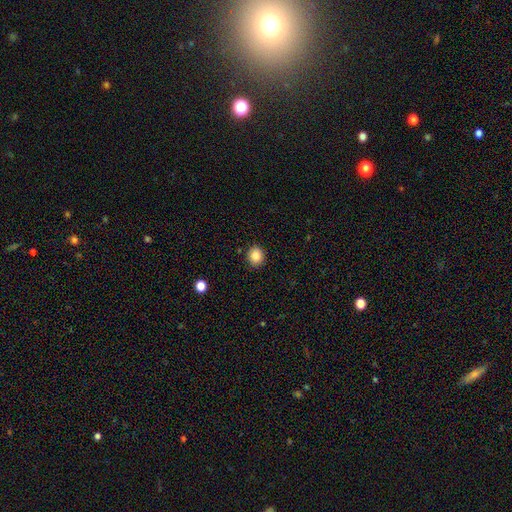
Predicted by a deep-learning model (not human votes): The model was most divided on "how rounded": round: 78%, in between: 21%, cigar-shaped: 1%. More confident: merging — none (90%); smooth or featured — smooth (86%).